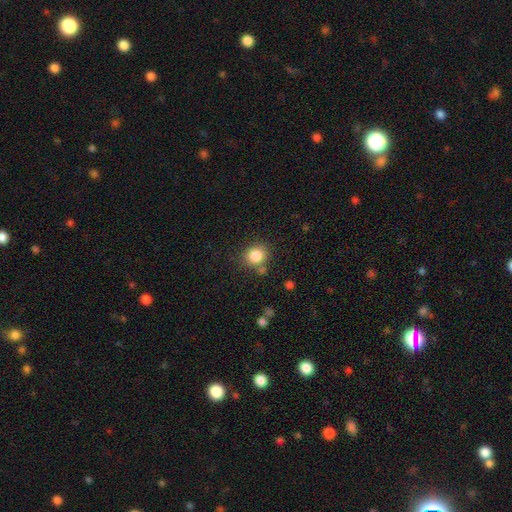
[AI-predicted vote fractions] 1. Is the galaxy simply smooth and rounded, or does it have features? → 85% smooth, 10% star or artifact, 5% featured or disk.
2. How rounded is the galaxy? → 80% round, 19% in between, 1% cigar-shaped.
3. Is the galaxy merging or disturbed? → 76% none, 12% minor disturbance, 8% merger, 4% major disturbance.